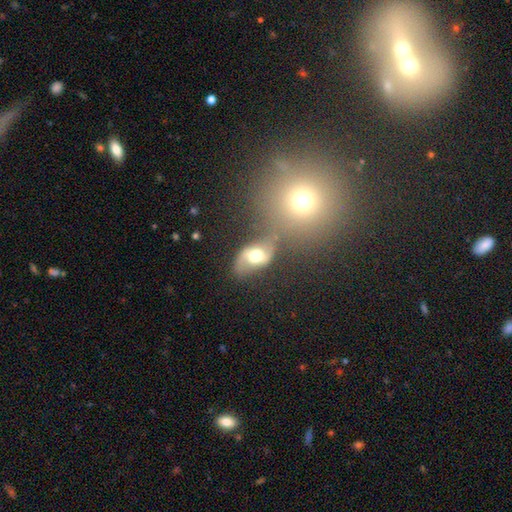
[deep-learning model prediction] Overall: featured or disk (62%; smooth 29%). Edge-on disk: no (95%). Bar: no (51%; weak 36%). Spiral arms: yes (82%). Bulge size: moderate (64%; large 25%). Merging: none (57%; minor disturbance 18%).